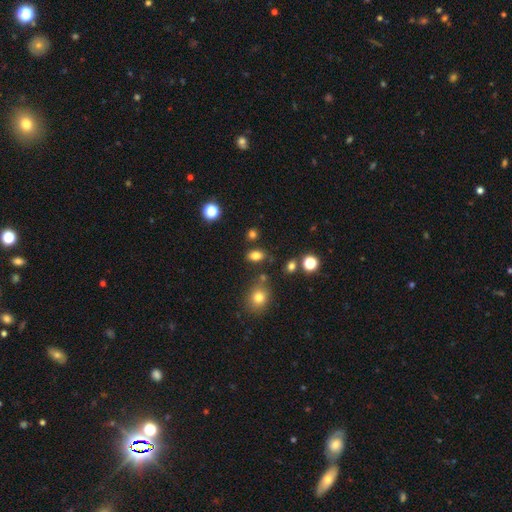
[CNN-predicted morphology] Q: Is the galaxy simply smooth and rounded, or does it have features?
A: smooth — 80%.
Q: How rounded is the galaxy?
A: in between — 80%.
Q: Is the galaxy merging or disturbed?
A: none — 79%.